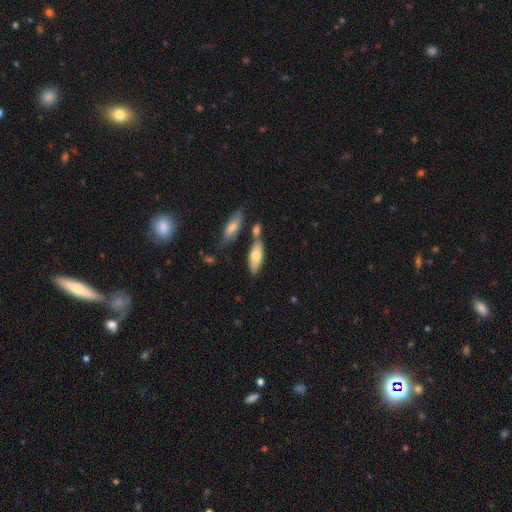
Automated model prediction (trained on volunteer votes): This is likely a smooth galaxy (69%). How rounded: likely in between (73%). Merging: possibly none (60%).